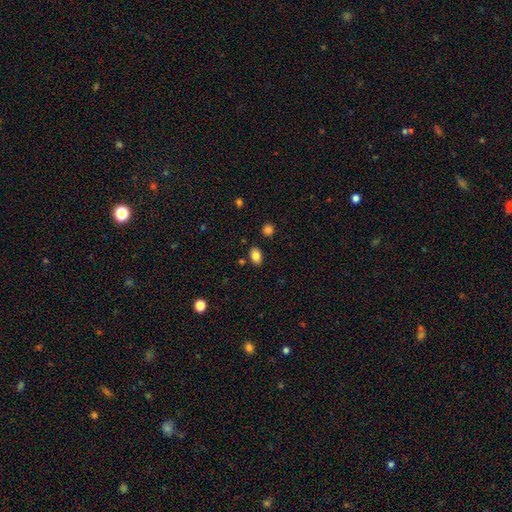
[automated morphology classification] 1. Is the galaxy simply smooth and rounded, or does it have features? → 83% smooth, 9% star or artifact, 8% featured or disk.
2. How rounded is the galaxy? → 82% in between, 17% round, 1% cigar-shaped.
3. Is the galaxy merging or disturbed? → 84% none, 10% minor disturbance, 4% merger, 2% major disturbance.